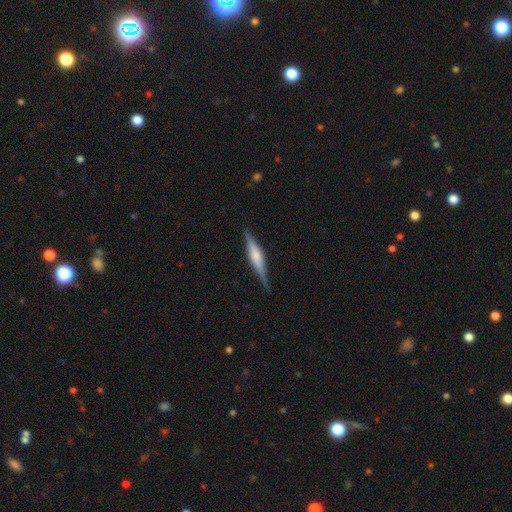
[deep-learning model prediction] This is likely a featured or disk galaxy (64%). It is clearly viewed edge-on (97%). Edge-on bulge: likely rounded (62%). Merging: clearly none (85%).